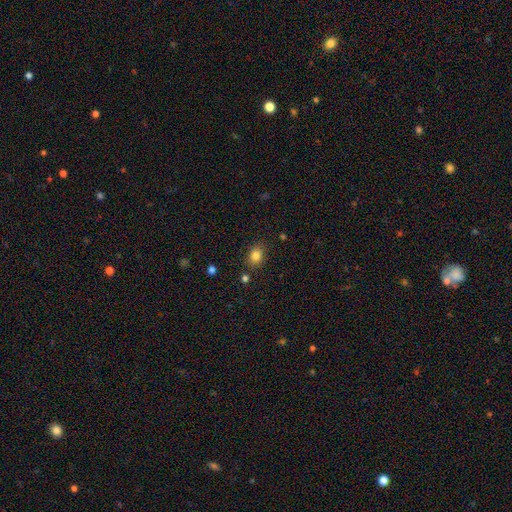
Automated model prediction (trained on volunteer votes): Q: Smooth or featured?
A: smooth (82%); runner-up: star or artifact (12%)
Q: How rounded?
A: in between (54%); runner-up: round (44%)
Q: Merging?
A: none (81%); runner-up: minor disturbance (13%)